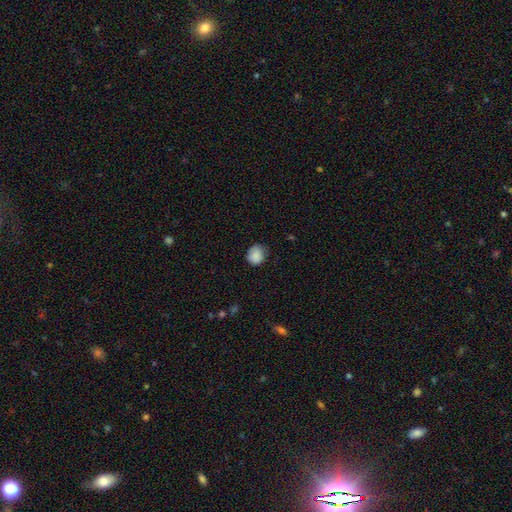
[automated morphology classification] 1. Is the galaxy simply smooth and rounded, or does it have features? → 87% smooth, 8% star or artifact, 5% featured or disk.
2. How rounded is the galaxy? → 78% round, 21% in between, 1% cigar-shaped.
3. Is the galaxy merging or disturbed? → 72% none, 23% minor disturbance, 4% major disturbance, 1% merger.